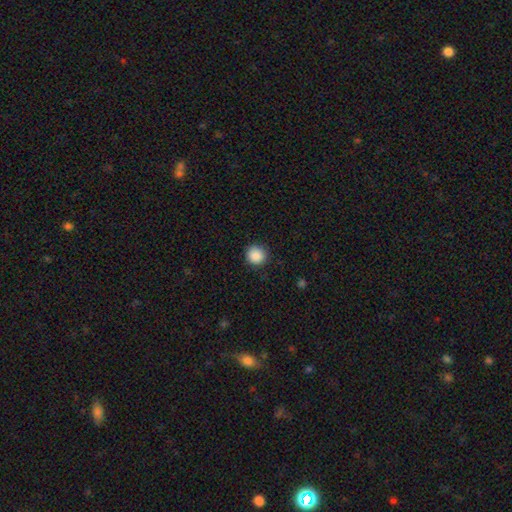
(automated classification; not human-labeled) A smooth galaxy with no disk features (88%) that is round (93%).

Vote fractions:
- Smooth or featured? smooth: 88% / star or artifact: 9% / featured or disk: 3%
- How rounded? round: 93% / in between: 6% / cigar-shaped: 1%
- Merging? none: 90% / minor disturbance: 7% / major disturbance: 2% / merger: 1%